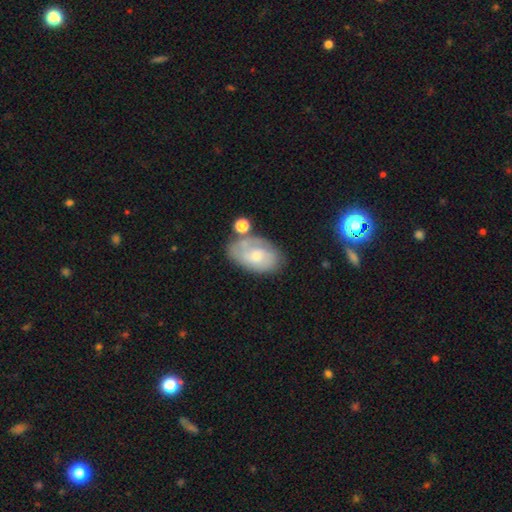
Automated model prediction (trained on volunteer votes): Q: Smooth or featured?
A: featured or disk (48%); runner-up: smooth (44%)
Q: Merging?
A: none (56%); runner-up: minor disturbance (24%)